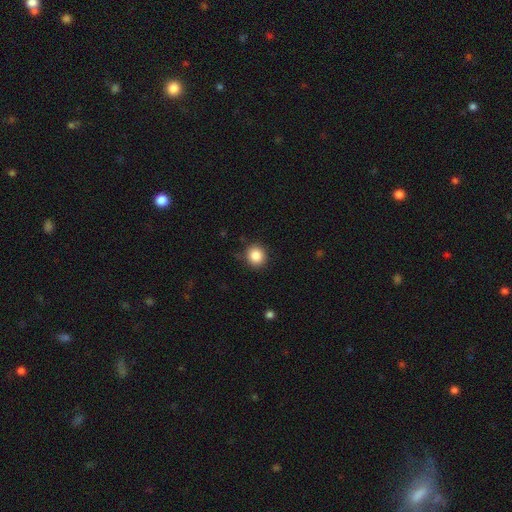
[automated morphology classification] smooth-or-featured: smooth: 86% | star or artifact: 10% | featured or disk: 4%
  how-rounded: round: 88% | in between: 11% | cigar-shaped: 1%
  merging: none: 85% | minor disturbance: 11% | major disturbance: 3% | merger: 1%